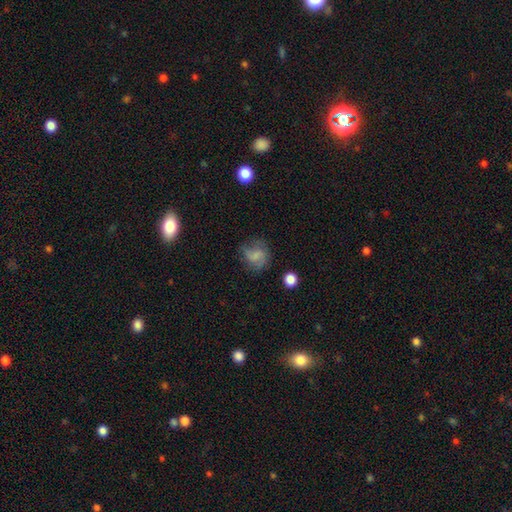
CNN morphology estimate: smooth-or-featured: smooth: 53% | featured or disk: 35% | star or artifact: 12%
  how-rounded: round: 70% | in between: 29% | cigar-shaped: 1%
  merging: none: 58% | minor disturbance: 24% | major disturbance: 16% | merger: 2%